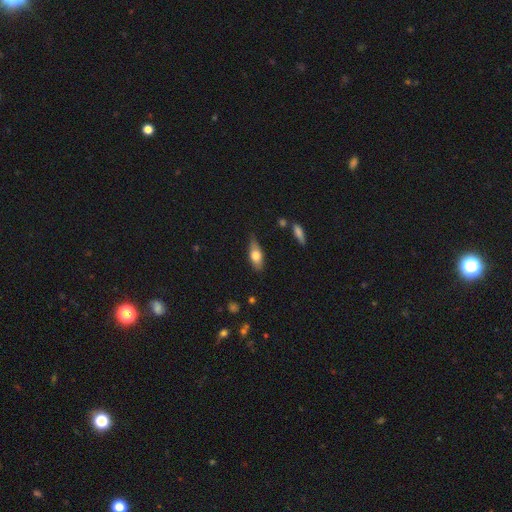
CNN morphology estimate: type=smooth (68%); roundness=in between (73%); merging=none (75%).